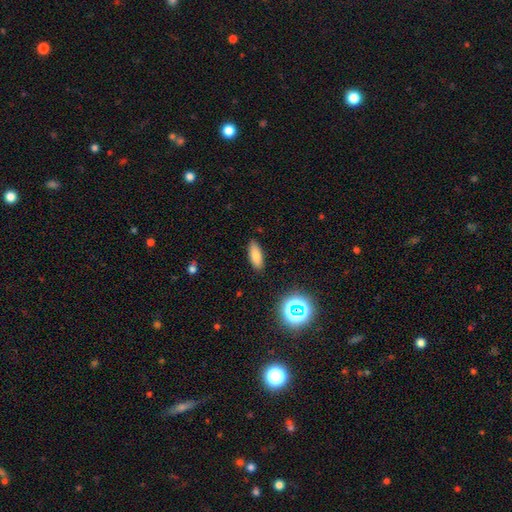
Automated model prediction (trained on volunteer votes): Morphology: type=smooth (79%); roundness=in between (71%); merging=none (88%).